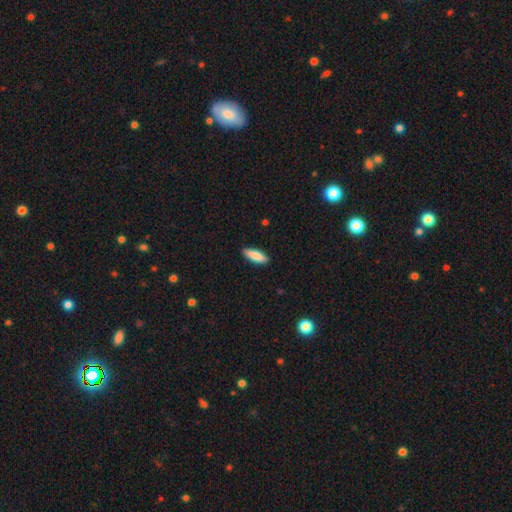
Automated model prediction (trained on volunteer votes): smooth-or-featured: smooth: 85% | featured or disk: 10% | star or artifact: 6%
  how-rounded: in between: 56% | cigar-shaped: 42% | round: 2%
  merging: none: 89% | minor disturbance: 8% | major disturbance: 2% | merger: 1%